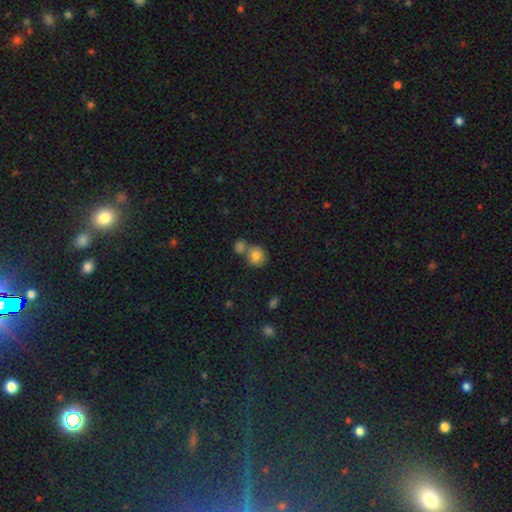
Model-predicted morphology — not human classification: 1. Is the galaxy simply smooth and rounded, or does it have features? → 79% smooth, 12% featured or disk, 9% star or artifact.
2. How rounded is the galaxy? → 83% round, 16% in between, 1% cigar-shaped.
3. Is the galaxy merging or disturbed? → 48% none, 37% merger, 10% minor disturbance, 4% major disturbance.